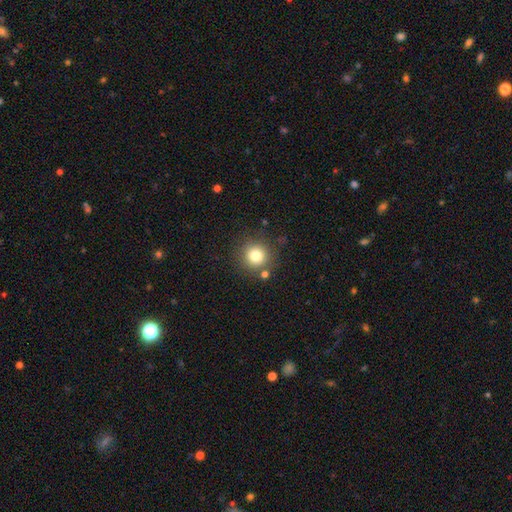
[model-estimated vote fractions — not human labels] smooth-or-featured: smooth: 80% | star or artifact: 12% | featured or disk: 8%
  how-rounded: round: 94% | in between: 5% | cigar-shaped: 1%
  merging: none: 82% | minor disturbance: 9% | merger: 6% | major disturbance: 3%